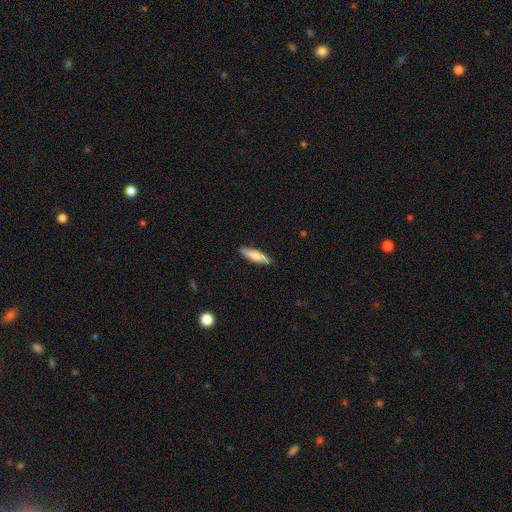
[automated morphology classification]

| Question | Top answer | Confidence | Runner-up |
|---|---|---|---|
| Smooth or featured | smooth | 73% | featured or disk (21%) |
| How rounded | cigar-shaped | 70% | in between (28%) |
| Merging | none | 89% | minor disturbance (9%) |